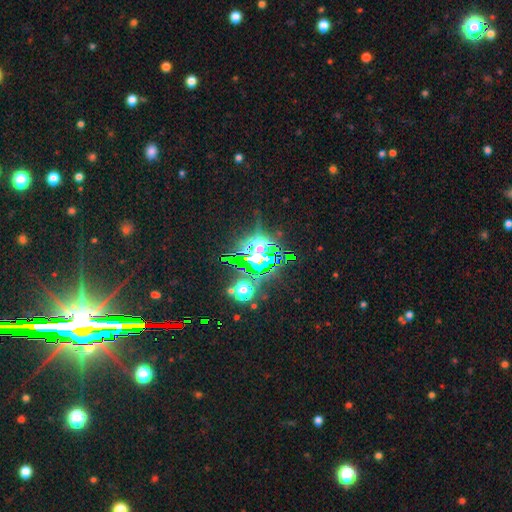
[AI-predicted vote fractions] Morphology: type=star or artifact (73%).